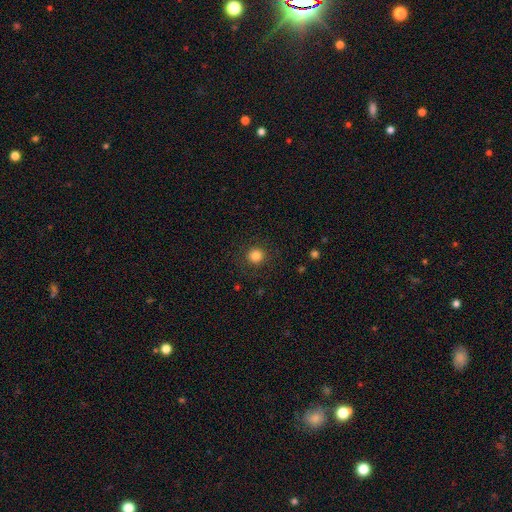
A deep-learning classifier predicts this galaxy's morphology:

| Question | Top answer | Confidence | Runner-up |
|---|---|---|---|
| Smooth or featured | smooth | 84% | star or artifact (12%) |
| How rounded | round | 94% | in between (5%) |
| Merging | none | 89% | minor disturbance (7%) |